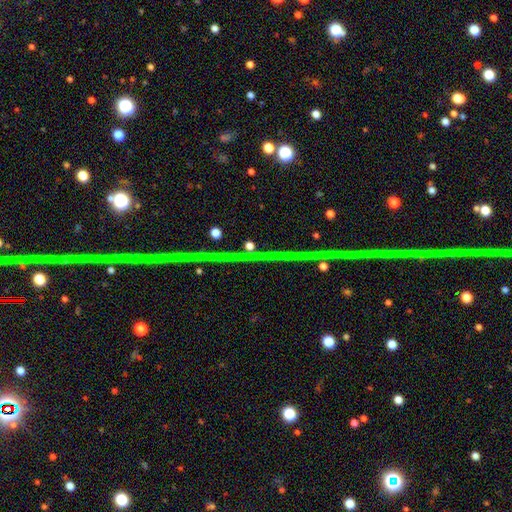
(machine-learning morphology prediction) Smooth or featured?
  - star or artifact: 70% *
  - featured or disk: 18%
  - smooth: 11%